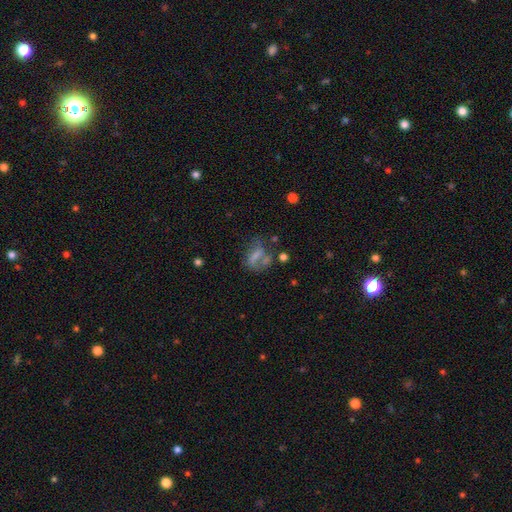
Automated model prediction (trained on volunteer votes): This appears to be a smooth galaxy with no disk features (49%). Merging: major disturbance (34%).